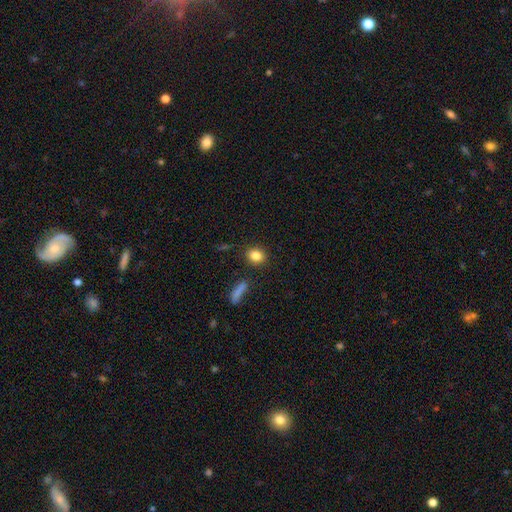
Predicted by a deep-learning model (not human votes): This appears to be a smooth galaxy with no disk features (84%) that is round (61%). Merging: none (86%).